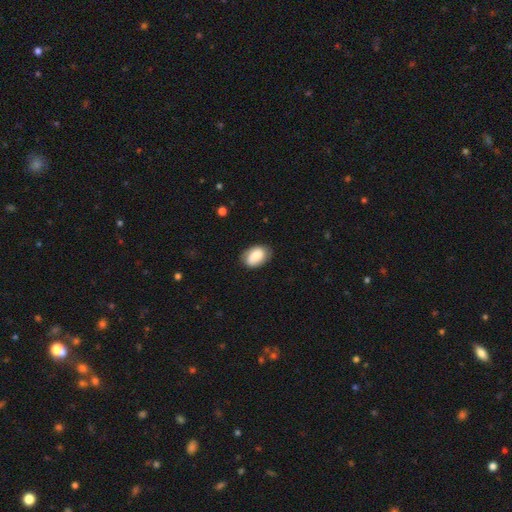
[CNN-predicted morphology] This is likely a smooth galaxy (78%). How rounded: clearly in between (86%). Merging: likely none (75%).